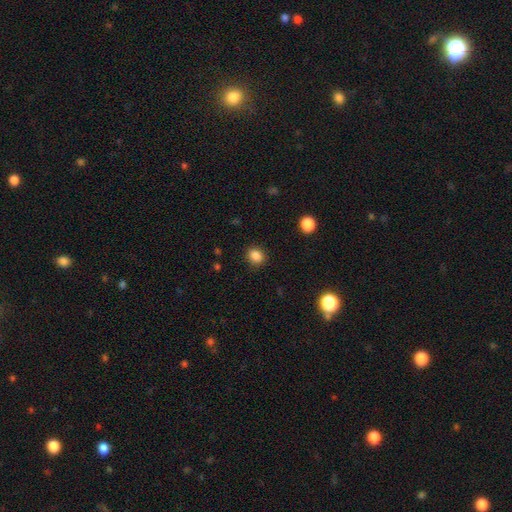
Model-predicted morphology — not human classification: This is clearly a smooth galaxy (85%). How rounded: likely round (70%). Merging: clearly none (88%).